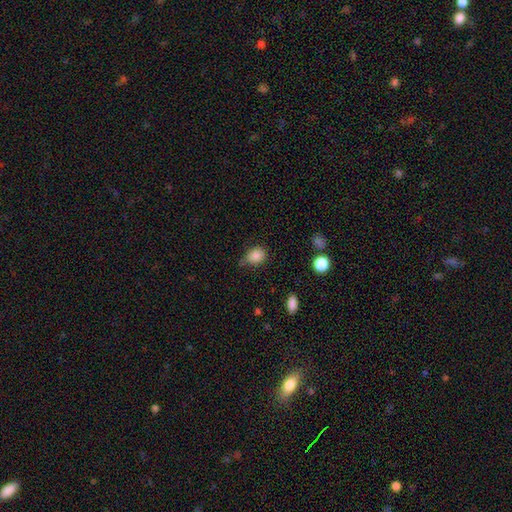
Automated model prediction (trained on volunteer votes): Morphology: type=smooth (84%); roundness=round (51%); merging=none (55%).